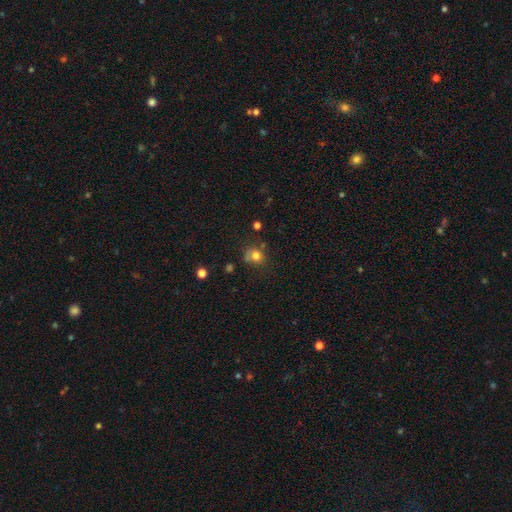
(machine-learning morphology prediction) smooth-or-featured: smooth: 77% | star or artifact: 14% | featured or disk: 9%
  how-rounded: round: 76% | in between: 23% | cigar-shaped: 1%
  merging: none: 62% | minor disturbance: 21% | merger: 10% | major disturbance: 7%